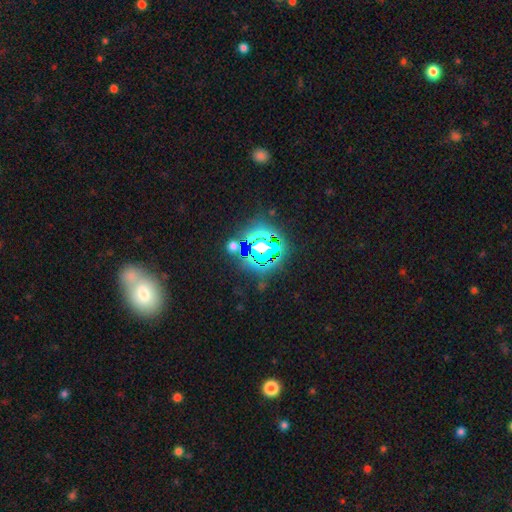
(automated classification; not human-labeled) The model was most divided on "smooth or featured": star or artifact: 71%, smooth: 17%, featured or disk: 12%.